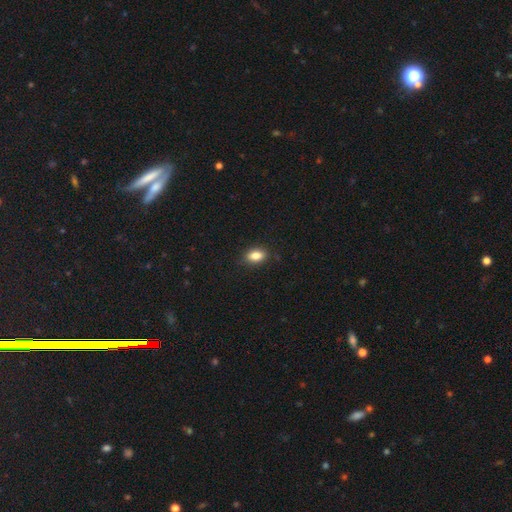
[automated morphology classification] A smooth galaxy with no disk features (85%) that is in between round and cigar-shaped (86%). Merging: none (86%).